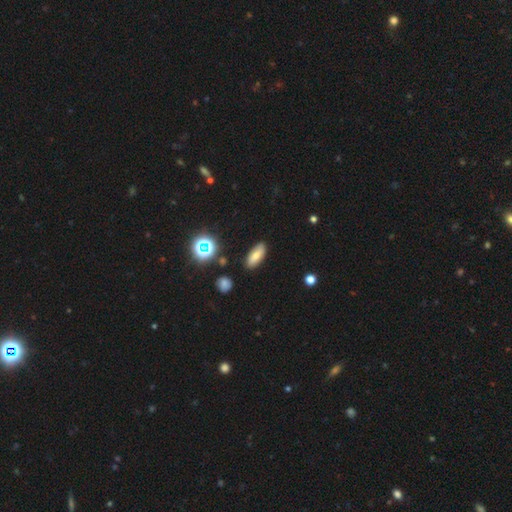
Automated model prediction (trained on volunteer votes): smooth-or-featured: smooth: 74% | featured or disk: 13% | star or artifact: 13%
  how-rounded: in between: 77% | cigar-shaped: 18% | round: 4%
  merging: none: 86% | minor disturbance: 10% | major disturbance: 2% | merger: 2%